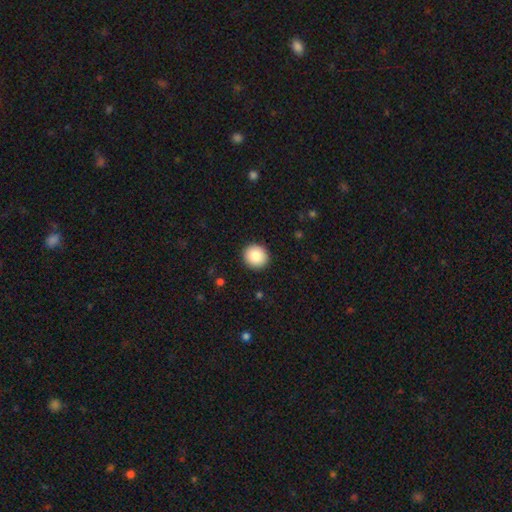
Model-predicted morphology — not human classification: Smooth or featured?
  - smooth: 87% *
  - star or artifact: 8%
  - featured or disk: 5%
How rounded?
  - round: 88% *
  - in between: 11%
  - cigar-shaped: 1%
Merging?
  - none: 92% *
  - minor disturbance: 5%
  - major disturbance: 2%
  - merger: 1%